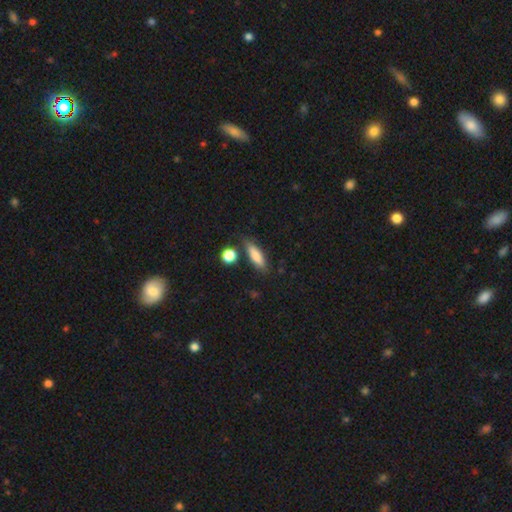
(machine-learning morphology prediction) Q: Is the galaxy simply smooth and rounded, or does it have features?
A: smooth — 81%.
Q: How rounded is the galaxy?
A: cigar-shaped — 49%.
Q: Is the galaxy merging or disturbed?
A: none — 76%.